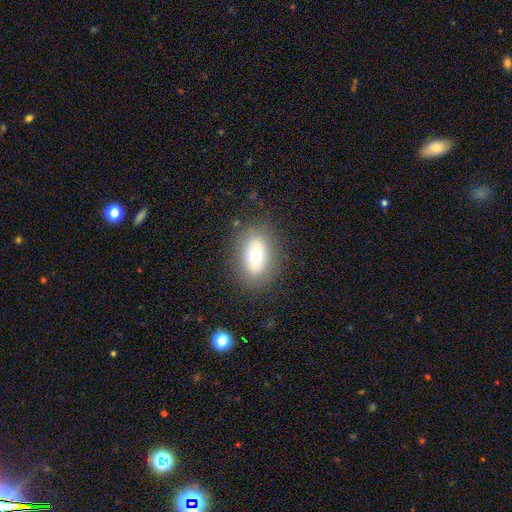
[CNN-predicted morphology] This appears to be a smooth galaxy with no disk features (66%) that is in between round and cigar-shaped (85%). Merging: none (83%).